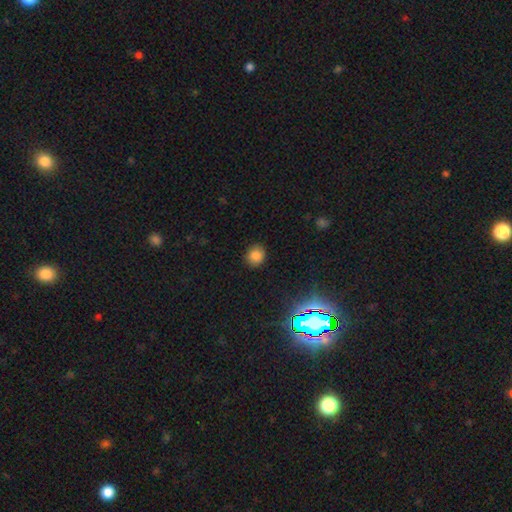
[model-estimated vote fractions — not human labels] Smooth or featured? Predicted: smooth (p=0.82). How rounded? Predicted: round (p=0.76). Merging? Predicted: none (p=0.88).